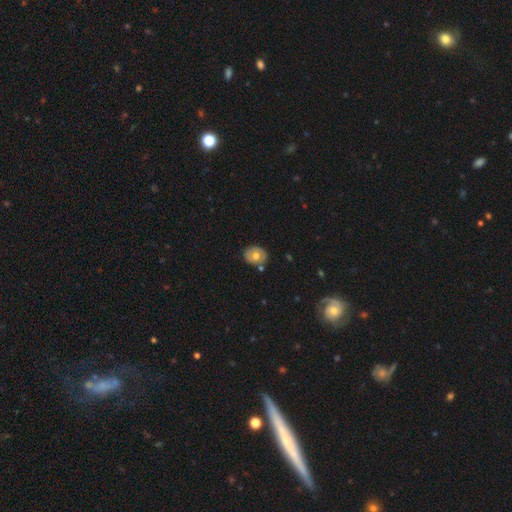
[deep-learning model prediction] Smooth or featured: smooth — 63% (featured or disk — 29%)
How rounded: round — 53% (in between — 46%)
Merging: none — 80% (minor disturbance — 12%)